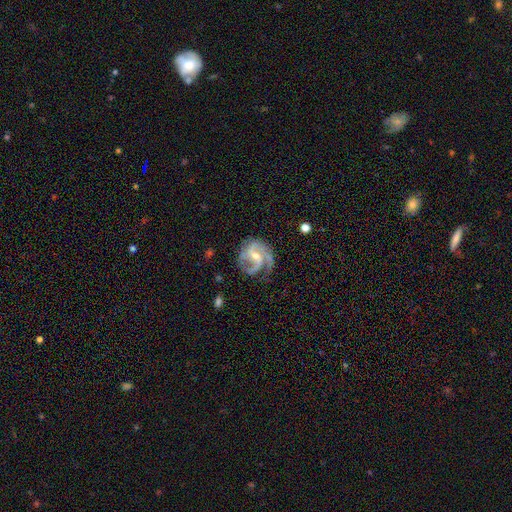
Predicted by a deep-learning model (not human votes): Smooth or featured? featured or disk (90%)
Edge-on disk? no (98%)
Bar? weak (47%)
Spiral arms? yes (98%)
Spiral winding? medium (52%)
Spiral arm count? 2 (56%)
Bulge size? small (55%)
Merging? none (64%)